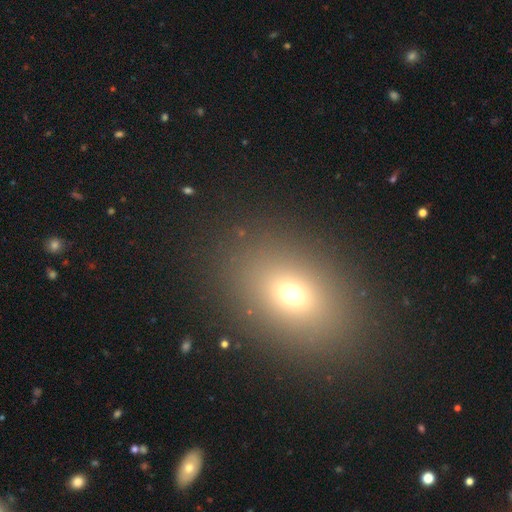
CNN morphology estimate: This appears to be a smooth galaxy with no disk features (66%) that is in between round and cigar-shaped (71%). Merging: none (89%).